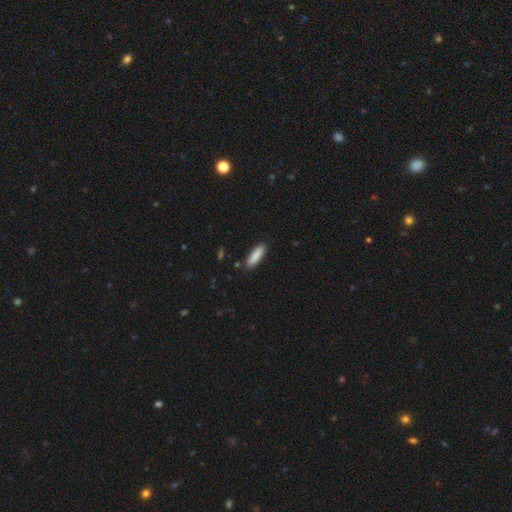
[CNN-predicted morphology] Smooth or featured? smooth (87%)
How rounded? cigar-shaped (56%)
Merging? none (85%)